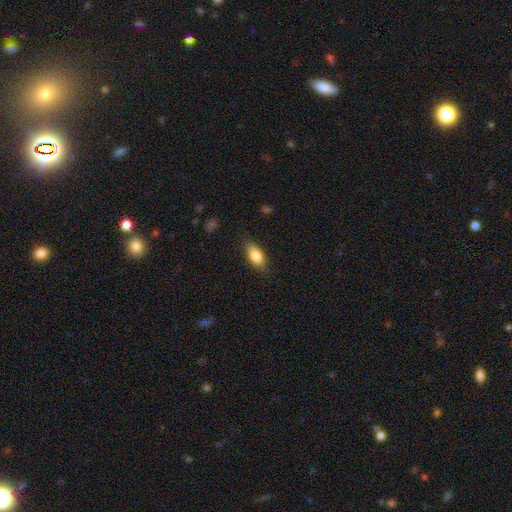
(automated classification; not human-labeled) The model was most divided on "merging": none: 81%, minor disturbance: 15%, major disturbance: 3%, merger: 1%. More confident: how rounded — in between (85%); smooth or featured — smooth (80%).